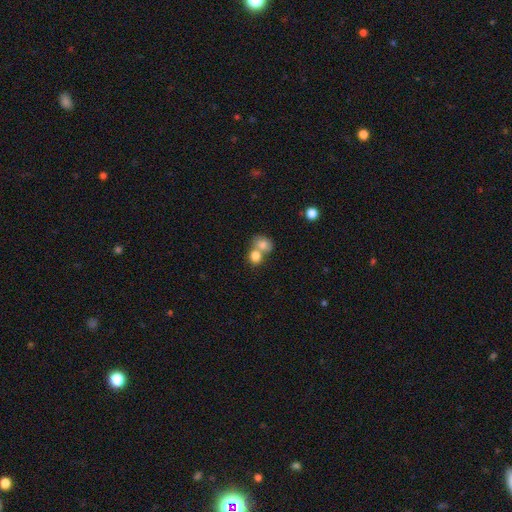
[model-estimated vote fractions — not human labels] Morphology: type=smooth (79%); roundness=round (74%); merging=merger (58%).